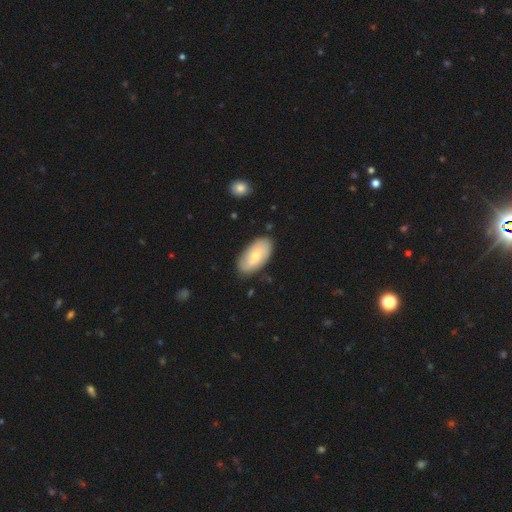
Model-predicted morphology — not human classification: The model was most divided on "smooth or featured": smooth: 62%, featured or disk: 33%, star or artifact: 6%. More confident: how rounded — in between (94%); merging — none (82%).